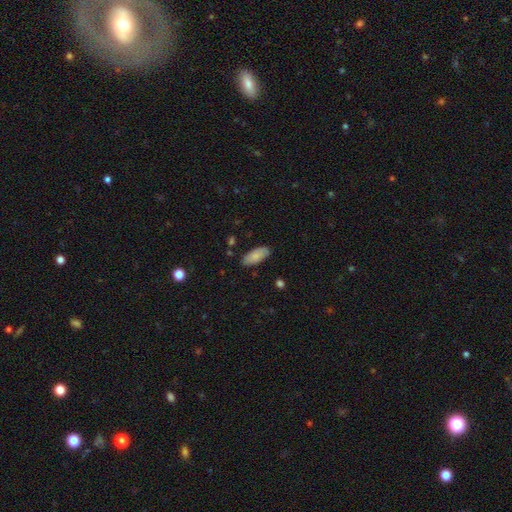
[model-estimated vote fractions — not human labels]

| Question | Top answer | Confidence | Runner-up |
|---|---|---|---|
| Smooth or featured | smooth | 84% | featured or disk (10%) |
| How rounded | in between | 86% | cigar-shaped (12%) |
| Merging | none | 84% | minor disturbance (13%) |